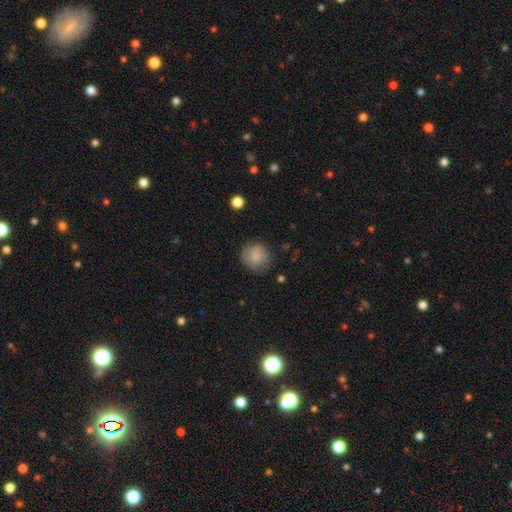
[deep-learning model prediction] Morphology: type=smooth (83%); roundness=round (87%); merging=none (72%).